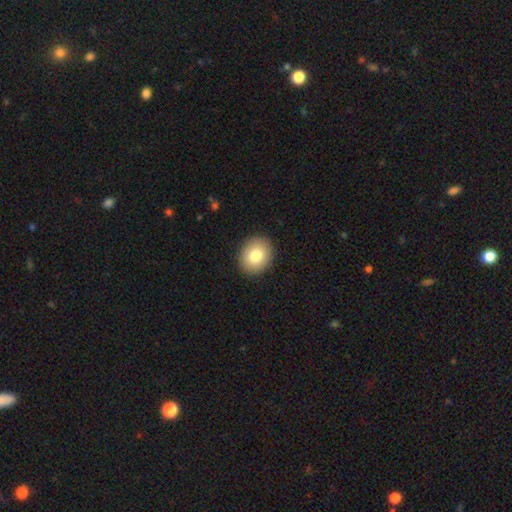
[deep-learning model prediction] Morphology: type=smooth (80%); roundness=round (59%); merging=none (91%).